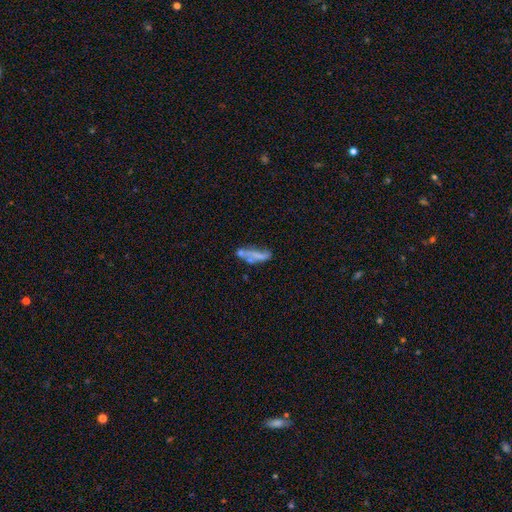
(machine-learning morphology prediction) A smooth galaxy with no disk features (51%) that is cigar-shaped (54%).

Vote fractions:
- Smooth or featured? smooth: 51% / featured or disk: 38% / star or artifact: 11%
- How rounded? cigar-shaped: 54% / in between: 43% / round: 3%
- Merging? merger: 31% / none: 30% / minor disturbance: 20% / major disturbance: 19%